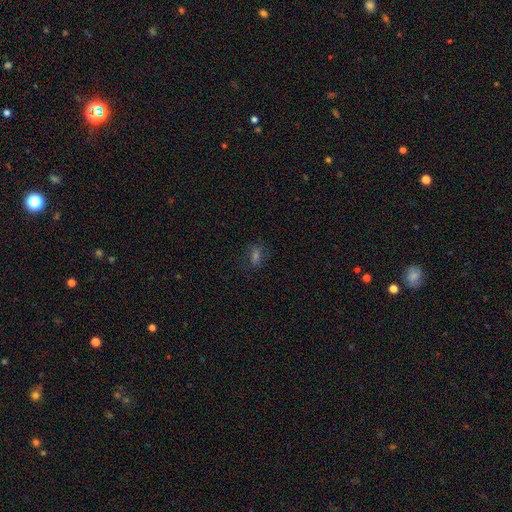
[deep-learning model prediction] A smooth galaxy with no disk features (51%) that is in between round and cigar-shaped (69%).

Vote fractions:
- Smooth or featured? smooth: 51% / star or artifact: 32% / featured or disk: 18%
- How rounded? in between: 69% / round: 25% / cigar-shaped: 6%
- Merging? none: 77% / minor disturbance: 15% / major disturbance: 7% / merger: 2%